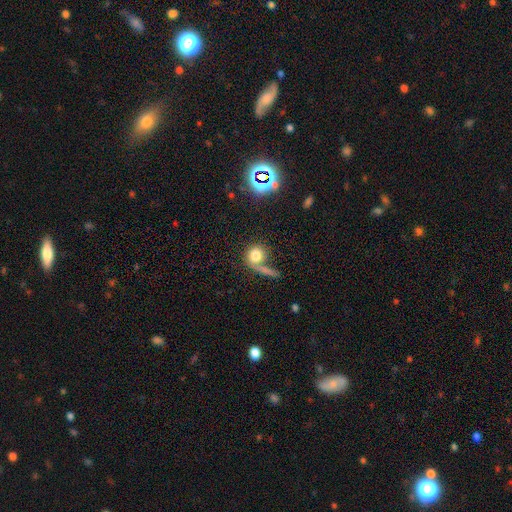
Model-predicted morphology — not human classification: A smooth galaxy with no disk features (73%) that is round (79%). Merging: none (52%).